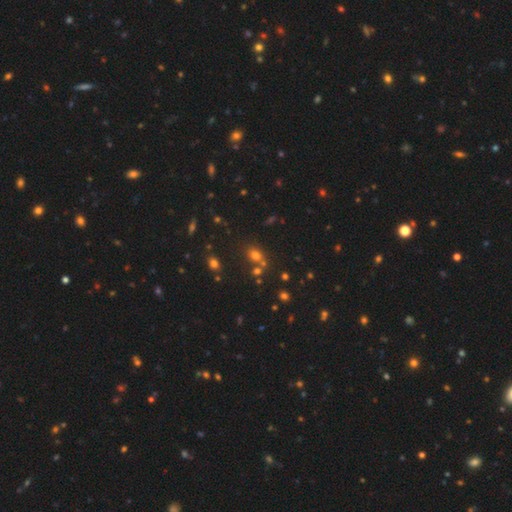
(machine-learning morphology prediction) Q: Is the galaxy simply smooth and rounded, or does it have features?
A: smooth — 58%.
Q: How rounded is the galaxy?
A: round — 62%.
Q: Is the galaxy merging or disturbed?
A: none — 60%.